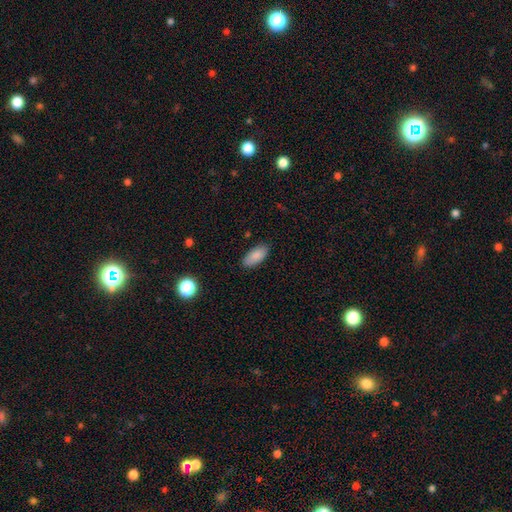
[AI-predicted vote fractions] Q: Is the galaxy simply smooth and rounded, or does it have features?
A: smooth — 88%.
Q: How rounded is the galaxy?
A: in between — 89%.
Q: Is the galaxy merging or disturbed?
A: none — 85%.